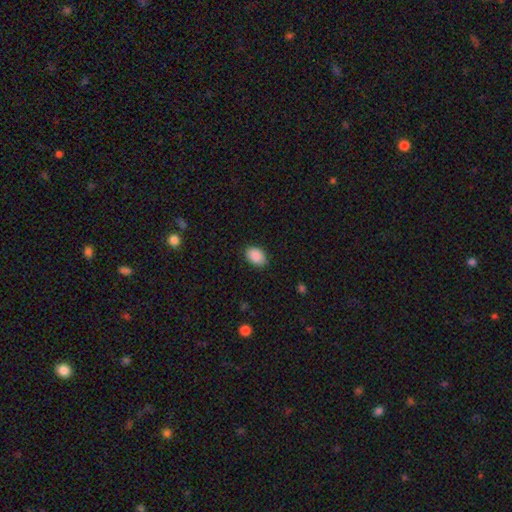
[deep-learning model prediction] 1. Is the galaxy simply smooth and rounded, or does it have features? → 90% smooth, 7% star or artifact, 3% featured or disk.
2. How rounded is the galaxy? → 82% in between, 17% round, 1% cigar-shaped.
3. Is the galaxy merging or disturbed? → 85% none, 12% minor disturbance, 2% major disturbance, 1% merger.